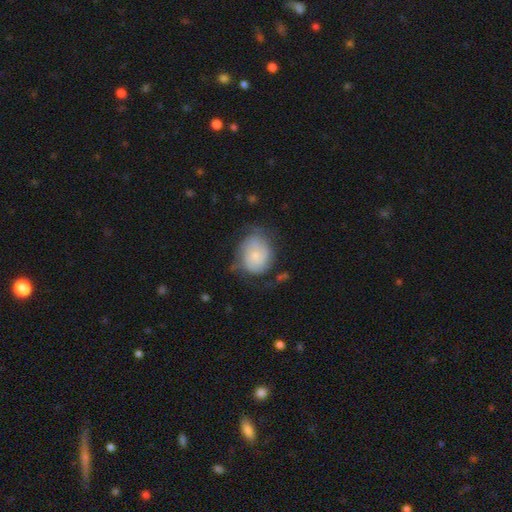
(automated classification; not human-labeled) A featured or disk galaxy (49%). Merging: none (53%).